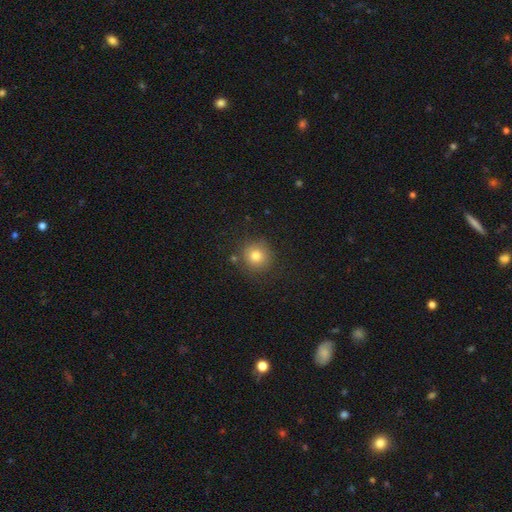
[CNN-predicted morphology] A smooth galaxy with no disk features (80%) that is round (92%).

Vote fractions:
- Smooth or featured? smooth: 80% / star or artifact: 12% / featured or disk: 8%
- How rounded? round: 92% / in between: 7% / cigar-shaped: 1%
- Merging? none: 84% / minor disturbance: 10% / merger: 3% / major disturbance: 3%